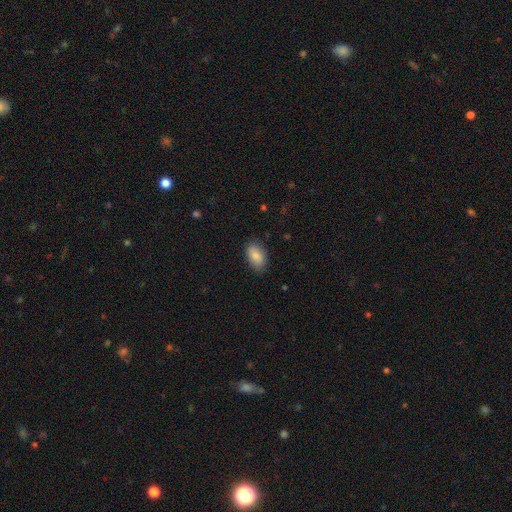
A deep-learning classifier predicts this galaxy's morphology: Overall: smooth (85%). How rounded: in between (93%). Merging: none (82%).